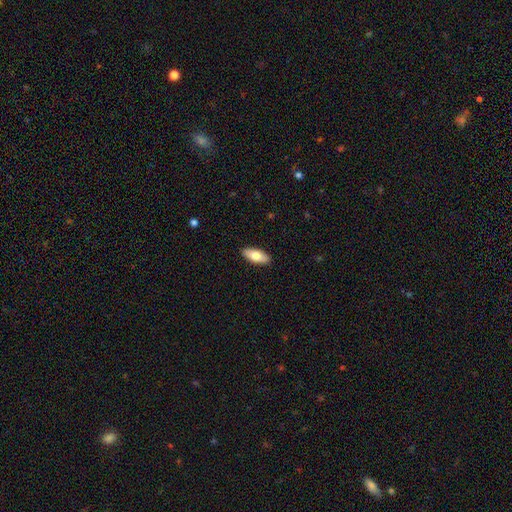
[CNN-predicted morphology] This appears to be a smooth galaxy with no disk features (77%) that is in between round and cigar-shaped (83%). Merging: none (90%).